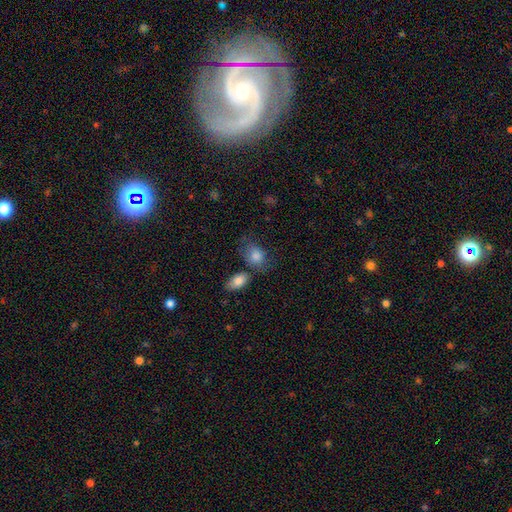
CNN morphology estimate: The model was most divided on "merging": none: 46%, minor disturbance: 24%, merger: 19%, major disturbance: 11%. More confident: smooth or featured — smooth (82%); how rounded — in between (71%).